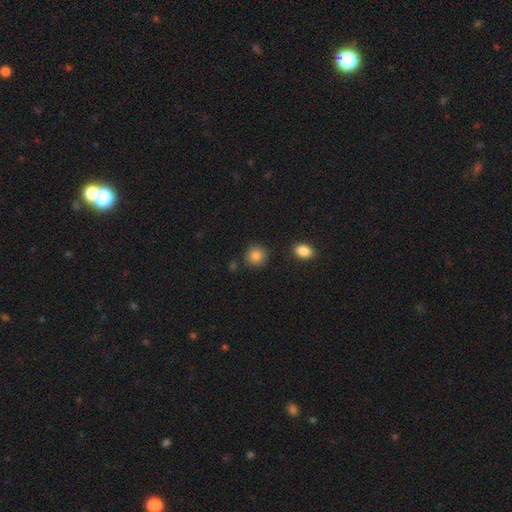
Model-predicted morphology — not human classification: Smooth or featured: smooth — 86% (star or artifact — 9%)
How rounded: round — 87% (in between — 12%)
Merging: none — 85% (minor disturbance — 9%)